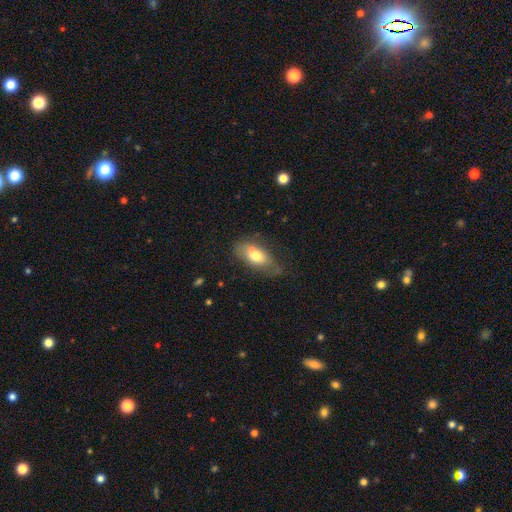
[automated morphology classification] A smooth galaxy with no disk features (69%) that is in between round and cigar-shaped (86%).

Vote fractions:
- Smooth or featured? smooth: 69% / featured or disk: 24% / star or artifact: 7%
- How rounded? in between: 86% / cigar-shaped: 9% / round: 6%
- Merging? none: 52% / minor disturbance: 29% / major disturbance: 10% / merger: 9%